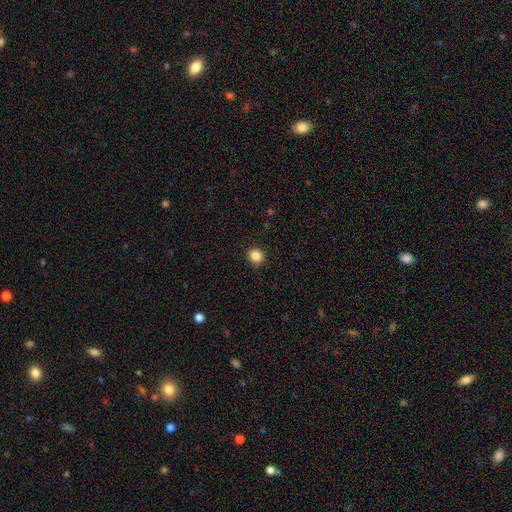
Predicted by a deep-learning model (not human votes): Overall: smooth (85%). How rounded: round (85%). Merging: none (90%).